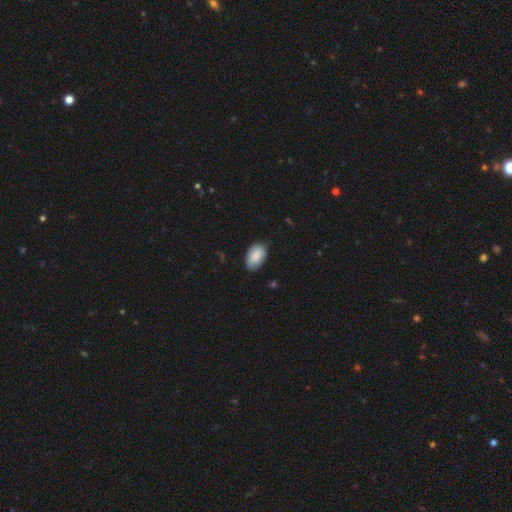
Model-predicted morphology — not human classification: A smooth galaxy with no disk features (89%) that is in between round and cigar-shaped (94%). Merging: none (82%).